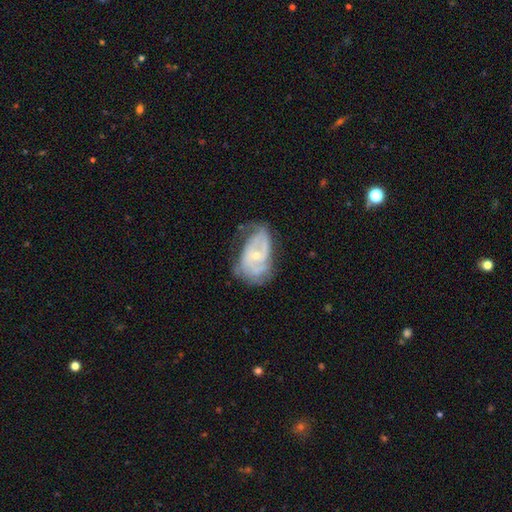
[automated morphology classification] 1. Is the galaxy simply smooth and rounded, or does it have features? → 79% featured or disk, 15% smooth, 7% star or artifact.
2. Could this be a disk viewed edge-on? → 96% no, 4% yes.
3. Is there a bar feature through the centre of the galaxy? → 67% no, 27% weak, 6% strong.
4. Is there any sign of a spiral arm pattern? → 86% yes, 14% no.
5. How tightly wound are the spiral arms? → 44% tight, 38% medium, 18% loose.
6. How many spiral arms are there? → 39% 2, 33% can't tell, 14% 3, 6% 1, 4% 4, 3% more than 4.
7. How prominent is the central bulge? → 65% small, 31% moderate, 2% none, 1% large, 1% dominant.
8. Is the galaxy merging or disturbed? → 46% none, 31% minor disturbance, 21% major disturbance, 2% merger.